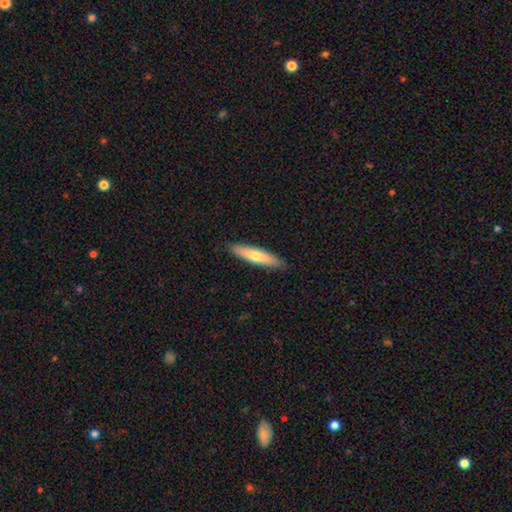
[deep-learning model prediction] smooth-or-featured: smooth: 65% | featured or disk: 29% | star or artifact: 5%
  how-rounded: cigar-shaped: 83% | in between: 16% | round: 1%
  merging: none: 88% | minor disturbance: 9% | major disturbance: 2% | merger: 1%